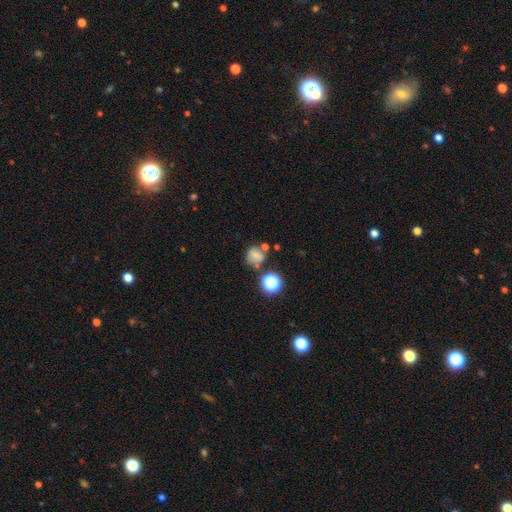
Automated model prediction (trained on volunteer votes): The model was most divided on "smooth or featured": smooth: 59%, featured or disk: 22%, star or artifact: 19%. More confident: how rounded — round (77%); merging — none (58%).